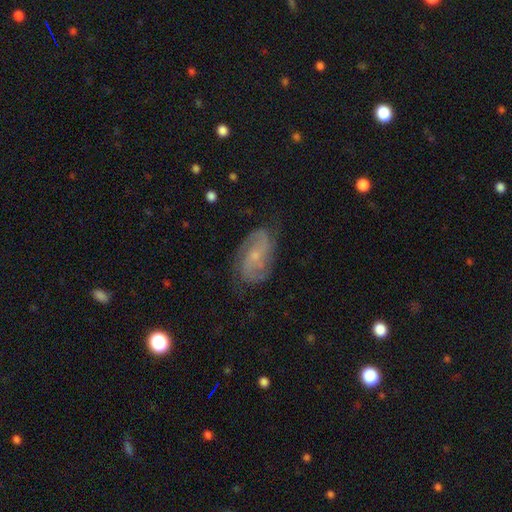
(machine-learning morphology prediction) Smooth or featured? Predicted: featured or disk (p=0.77). Edge-on disk? Predicted: no (p=0.96). Bar? Predicted: no (p=0.62). Spiral arms? Predicted: yes (p=0.94). Spiral winding? Predicted: medium (p=0.46). Spiral arm count? Predicted: 2 (p=0.64). Bulge size? Predicted: small (p=0.70). Merging? Predicted: none (p=0.75).